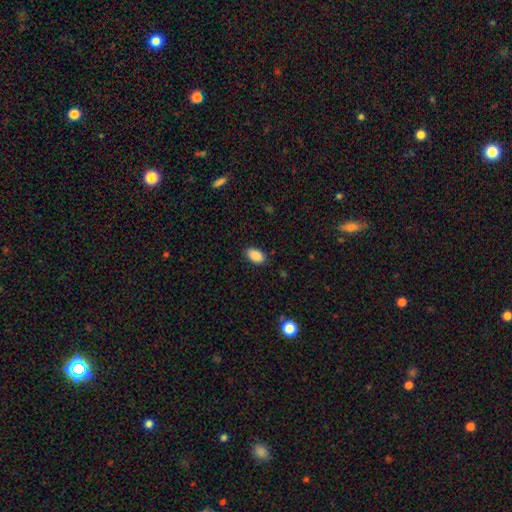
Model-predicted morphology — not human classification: Q: Smooth or featured?
A: smooth (88%); runner-up: star or artifact (8%)
Q: How rounded?
A: in between (92%); runner-up: round (6%)
Q: Merging?
A: none (86%); runner-up: minor disturbance (10%)